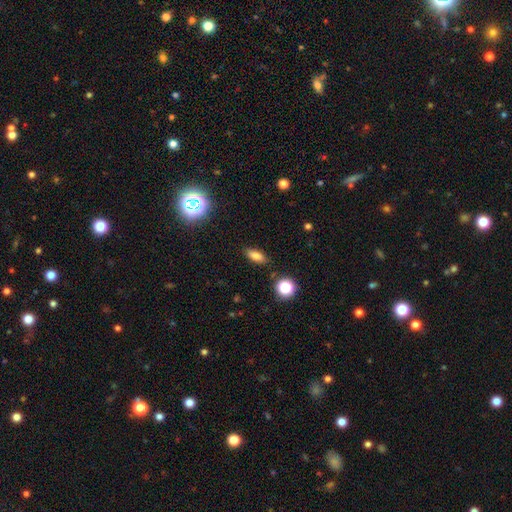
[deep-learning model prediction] The model was most divided on "how rounded": in between: 77%, cigar-shaped: 17%, round: 6%. More confident: merging — none (86%); smooth or featured — smooth (79%).